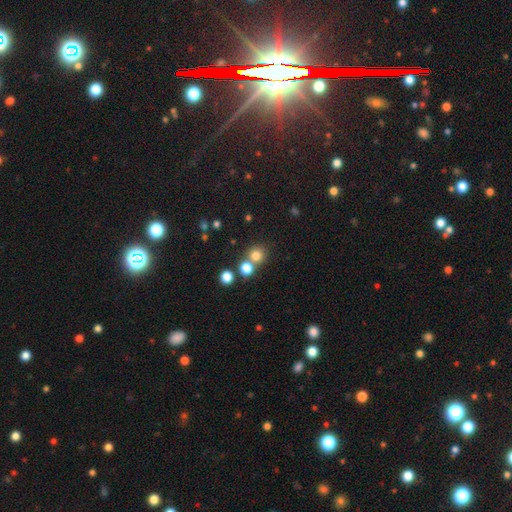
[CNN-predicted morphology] smooth-or-featured: smooth: 78% | star or artifact: 15% | featured or disk: 7%
  how-rounded: round: 90% | in between: 9% | cigar-shaped: 1%
  merging: none: 62% | merger: 28% | minor disturbance: 7% | major disturbance: 3%